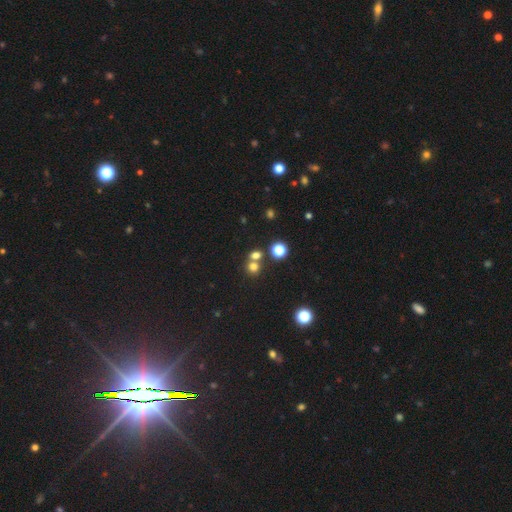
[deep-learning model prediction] A smooth galaxy with no disk features (69%) that is round (80%). Merging: none (53%).